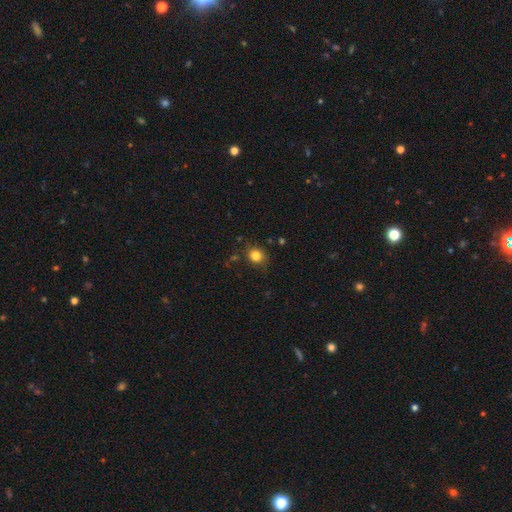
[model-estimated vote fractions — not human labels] Morphology: type=smooth (82%); roundness=round (72%); merging=none (80%).